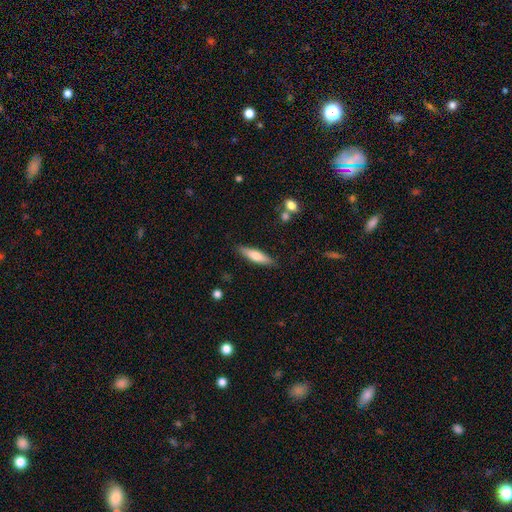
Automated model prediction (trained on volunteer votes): This is likely a smooth galaxy (65%). How rounded: likely cigar-shaped (71%). Merging: clearly none (86%).